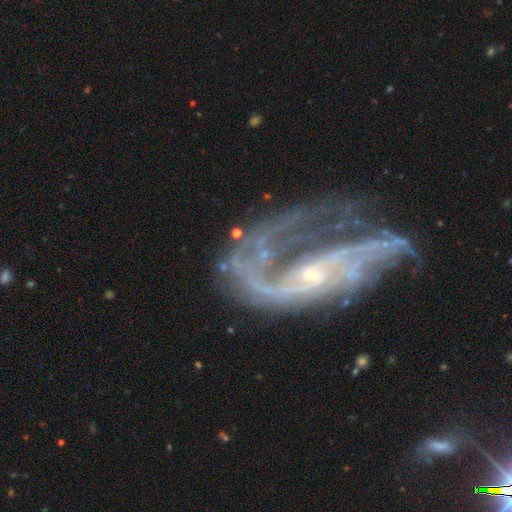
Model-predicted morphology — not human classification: Overall: featured or disk (87%). Edge-on disk: no (95%). Bar: no (53%; weak 35%). Spiral arms: yes (92%). Spiral arm count: 2 (47%; can't tell 18%). Spiral winding: loose (60%; medium 29%). Bulge size: small (73%). Merging: major disturbance (38%; none 36%).